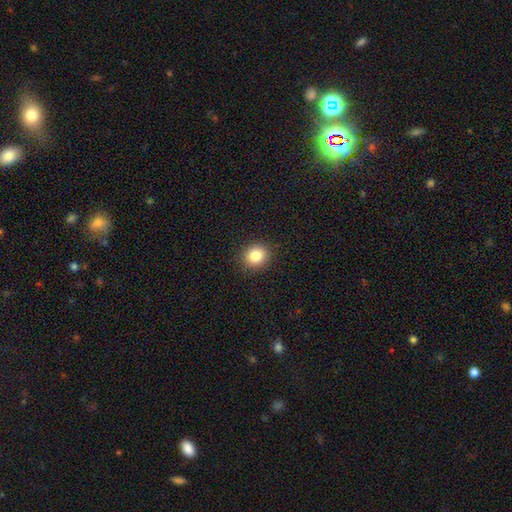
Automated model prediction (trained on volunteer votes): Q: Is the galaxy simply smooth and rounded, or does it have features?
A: smooth — 84%.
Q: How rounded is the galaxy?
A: round — 80%.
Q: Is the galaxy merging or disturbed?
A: none — 90%.